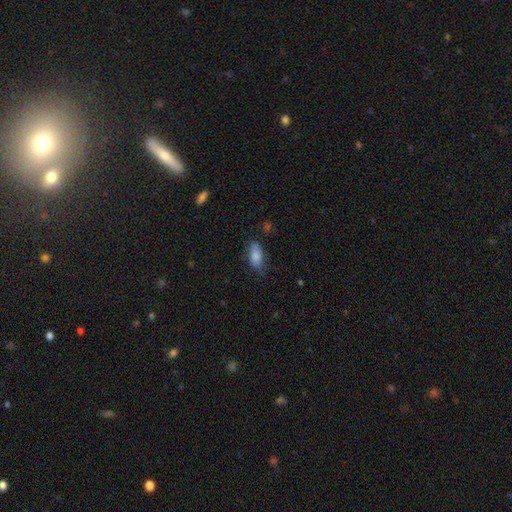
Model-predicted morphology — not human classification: This is clearly a smooth galaxy (85%). How rounded: clearly in between (87%). Merging: likely none (73%).